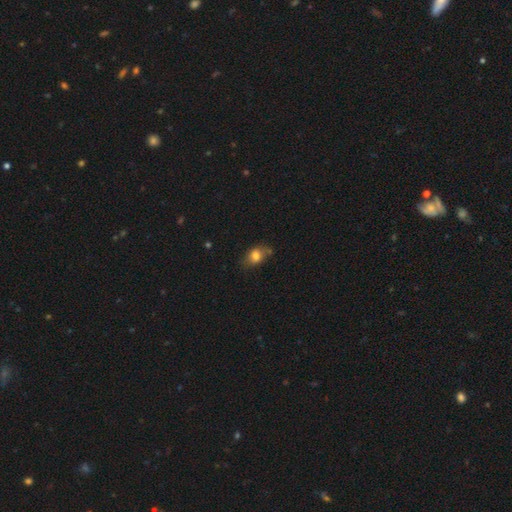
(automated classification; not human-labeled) This appears to be a smooth galaxy with no disk features (76%) that is in between round and cigar-shaped (69%). Merging: none (57%).